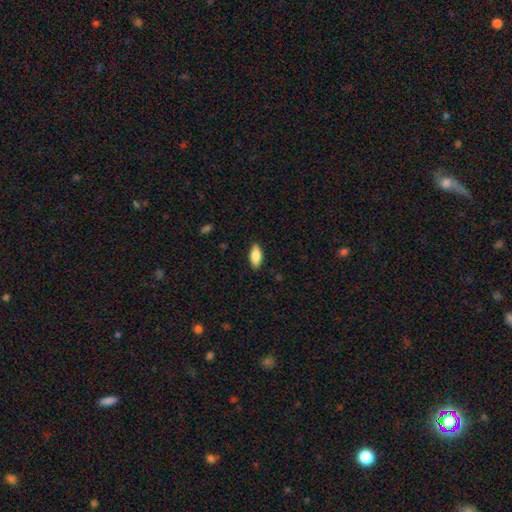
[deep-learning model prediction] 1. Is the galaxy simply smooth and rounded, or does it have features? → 83% smooth, 11% featured or disk, 6% star or artifact.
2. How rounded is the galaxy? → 86% in between, 12% cigar-shaped, 2% round.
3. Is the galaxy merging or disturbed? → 87% none, 10% minor disturbance, 2% major disturbance, 1% merger.